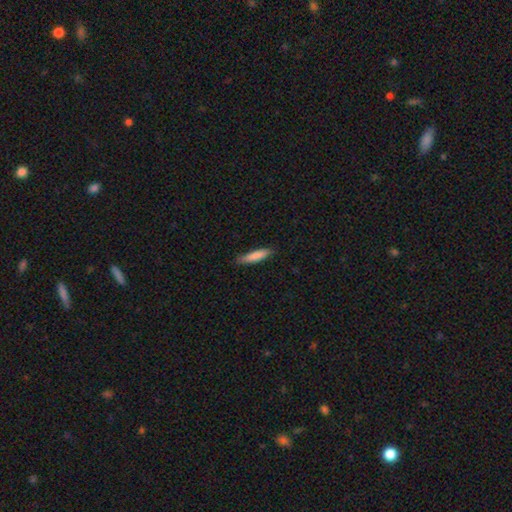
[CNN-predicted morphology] smooth 84%, featured or disk 10%, star or artifact 6%. Down the decision tree: how rounded — cigar-shaped (79%); merging — none (83%).